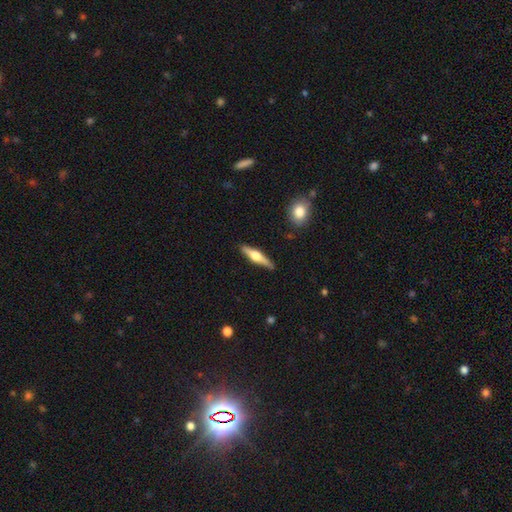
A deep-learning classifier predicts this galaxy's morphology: A featured or disk galaxy (62%) viewed edge-on (96%) with a rounded central bulge (90%).

Vote fractions:
- Smooth or featured? featured or disk: 62% / smooth: 32% / star or artifact: 5%
- Edge-on disk? yes: 96% / no: 4%
- Edge-on bulge? rounded: 90% / boxy: 7% / none: 3%
- Merging? none: 86% / minor disturbance: 10% / major disturbance: 2% / merger: 2%